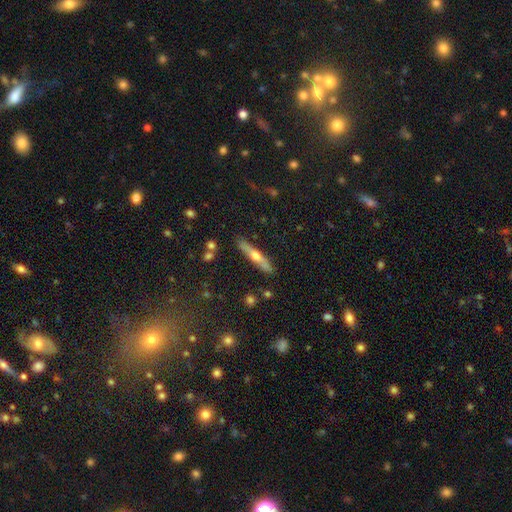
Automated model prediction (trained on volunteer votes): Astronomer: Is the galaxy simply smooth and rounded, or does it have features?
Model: featured or disk — 53% (runner-up: smooth, 40%).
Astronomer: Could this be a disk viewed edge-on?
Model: yes — 91%.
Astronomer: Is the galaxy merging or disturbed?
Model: none — 87%.